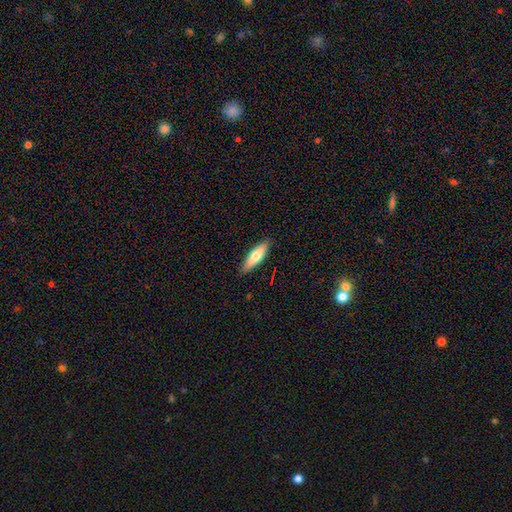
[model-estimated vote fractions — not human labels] A smooth galaxy with no disk features (70%) that is cigar-shaped (53%).

Vote fractions:
- Smooth or featured? smooth: 70% / featured or disk: 24% / star or artifact: 6%
- How rounded? cigar-shaped: 53% / in between: 45% / round: 2%
- Merging? none: 87% / minor disturbance: 10% / major disturbance: 2% / merger: 1%